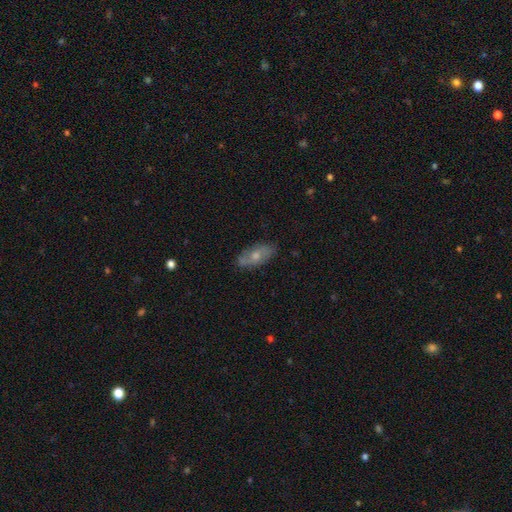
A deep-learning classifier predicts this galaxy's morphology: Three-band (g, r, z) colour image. It shows a smooth galaxy with no disk features (48%). Merging: none (77%).